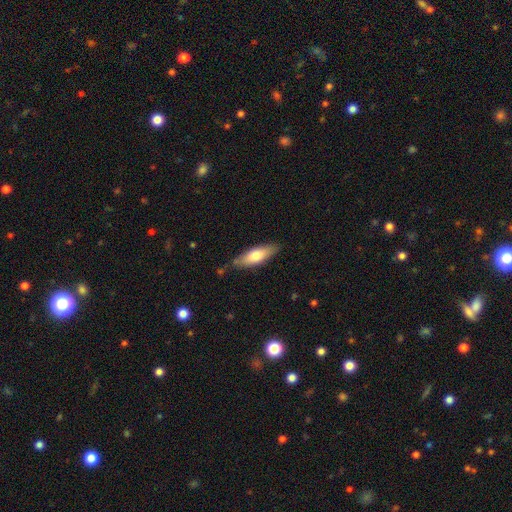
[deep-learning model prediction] A smooth galaxy with no disk features (67%) that is in between round and cigar-shaped (55%). Merging: none (79%).